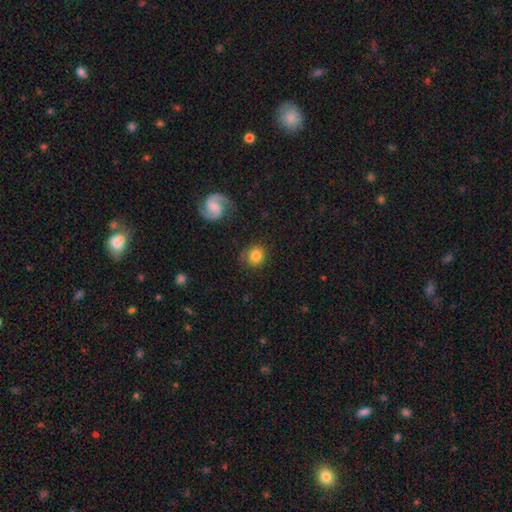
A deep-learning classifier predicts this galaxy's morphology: The model was most divided on "smooth or featured": smooth: 76%, featured or disk: 15%, star or artifact: 9%. More confident: how rounded — round (84%); merging — none (77%).